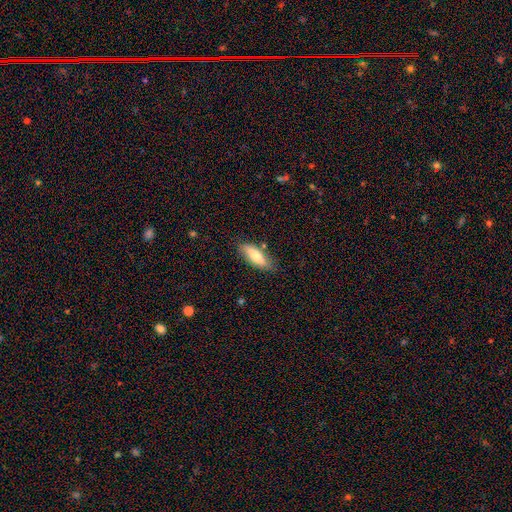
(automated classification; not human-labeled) This appears to be a smooth galaxy with no disk features (67%) that is in between round and cigar-shaped (63%). Merging: none (80%).